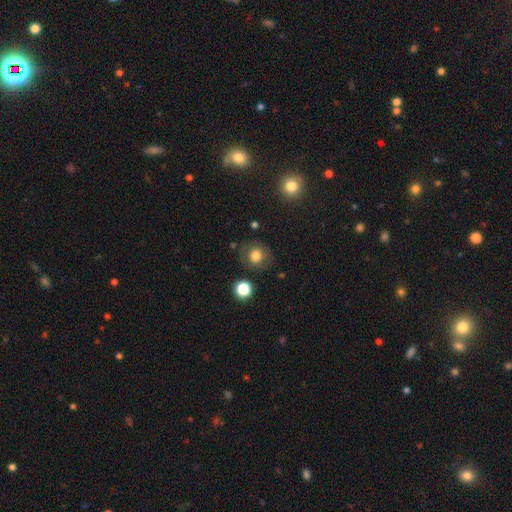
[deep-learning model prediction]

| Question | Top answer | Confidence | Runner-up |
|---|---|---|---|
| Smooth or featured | smooth | 77% | featured or disk (12%) |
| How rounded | round | 81% | in between (18%) |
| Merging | none | 78% | minor disturbance (14%) |